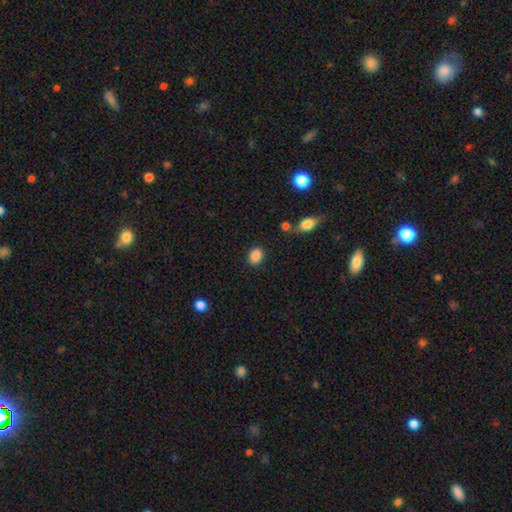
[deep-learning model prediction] smooth_or_featured: smooth (p=0.87) [alt: star or artifact p=0.09]
how_rounded: in between (p=0.65) [alt: round p=0.34]
merging: none (p=0.85) [alt: minor disturbance p=0.09]